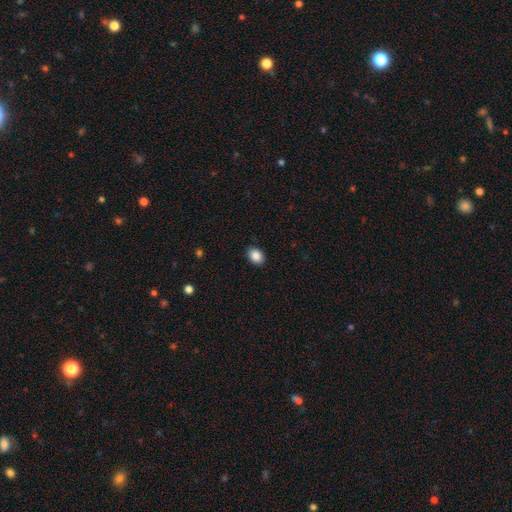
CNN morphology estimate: Smooth or featured? smooth (87%)
How rounded? in between (67%)
Merging? none (90%)